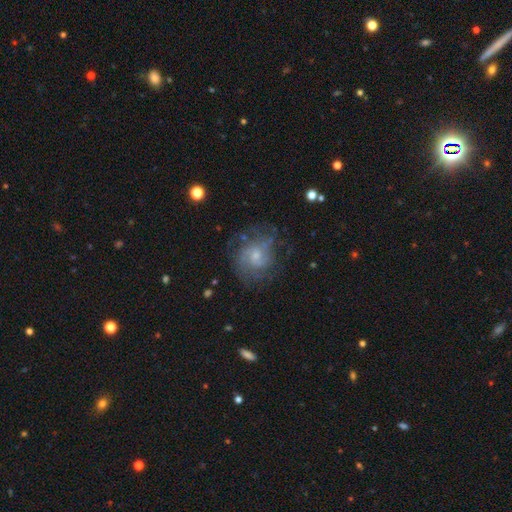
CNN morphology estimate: This is likely a featured or disk galaxy (74%). It is clearly not viewed edge-on (98%). Bar: likely no (64%). Spiral arm pattern: clearly yes (88%). Spiral arm count: marginally can't tell (40%). Spiral winding: marginally tight (43%). Central bulge: possibly small (59%). Merging: likely none (67%).